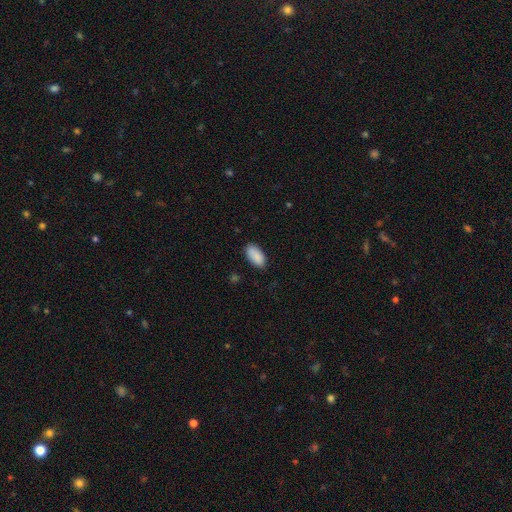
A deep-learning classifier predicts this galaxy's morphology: Overall: smooth (88%). How rounded: in between (94%). Merging: none (82%).